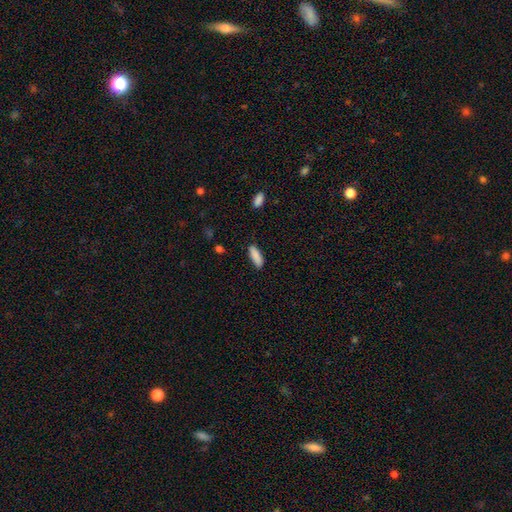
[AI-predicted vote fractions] A smooth galaxy with no disk features (89%) that is in between round and cigar-shaped (57%). Merging: none (85%).